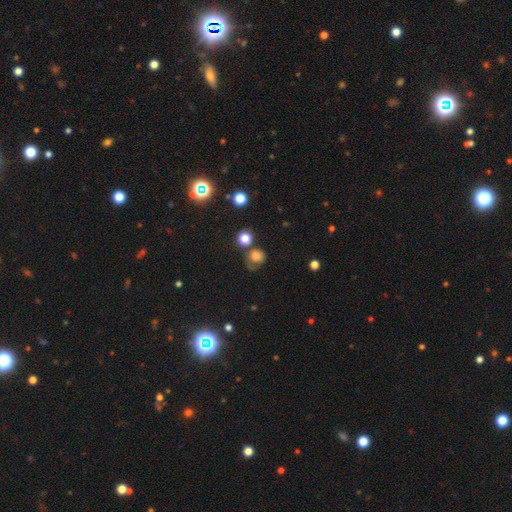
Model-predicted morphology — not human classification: Overall: smooth (74%). How rounded: round (81%). Merging: none (51%; minor disturbance 22%).